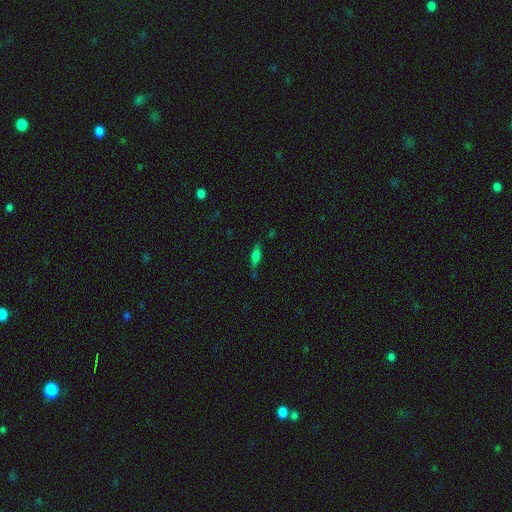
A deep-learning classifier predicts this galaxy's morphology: Smooth or featured?
  - smooth: 54% *
  - featured or disk: 34%
  - star or artifact: 12%
How rounded?
  - cigar-shaped: 54% *
  - in between: 43%
  - round: 4%
Merging?
  - none: 76% *
  - minor disturbance: 17%
  - major disturbance: 5%
  - merger: 2%